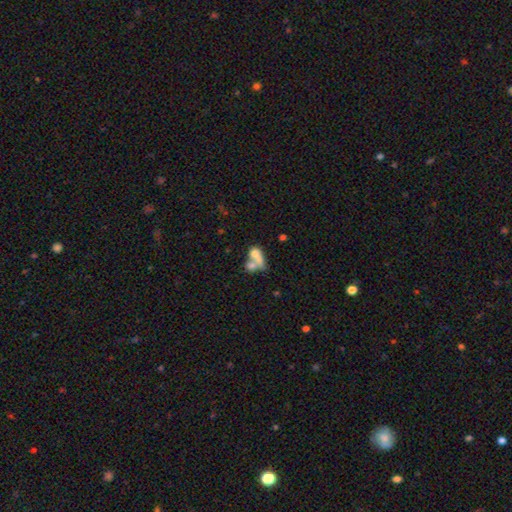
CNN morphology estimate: Smooth or featured: smooth — 63% (featured or disk — 26%)
How rounded: in between — 60% (round — 35%)
Merging: merger — 66% (none — 18%)